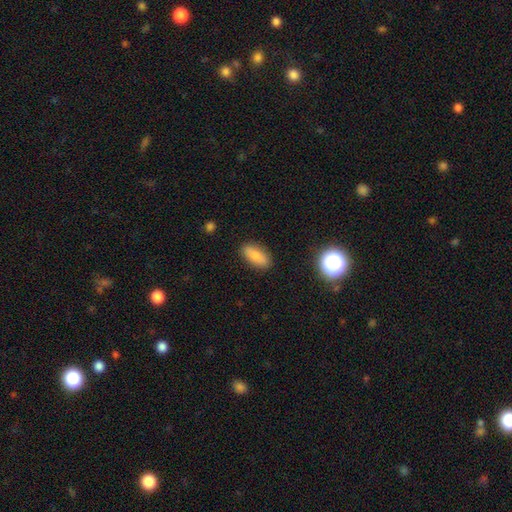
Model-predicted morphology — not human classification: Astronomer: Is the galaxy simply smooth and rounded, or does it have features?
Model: smooth — 82%.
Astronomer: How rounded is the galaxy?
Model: in between — 84%.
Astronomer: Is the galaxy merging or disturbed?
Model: none — 87%.